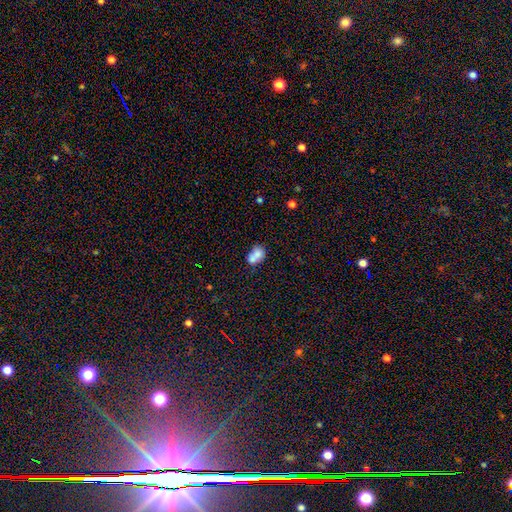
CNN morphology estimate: Overall: smooth (70%). How rounded: in between (53%; round 46%). Merging: merger (64%).